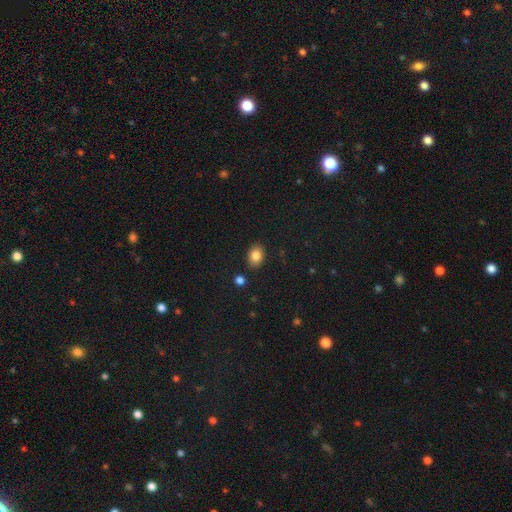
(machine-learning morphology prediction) Smooth or featured? smooth (84%)
How rounded? in between (70%)
Merging? none (86%)